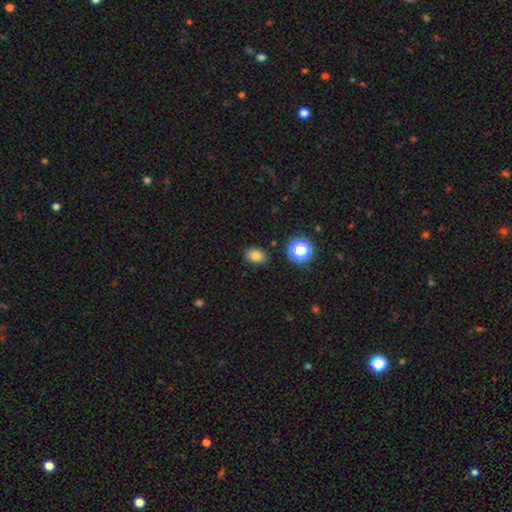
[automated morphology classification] Overall: smooth (80%). How rounded: in between (66%; round 33%). Merging: none (84%).